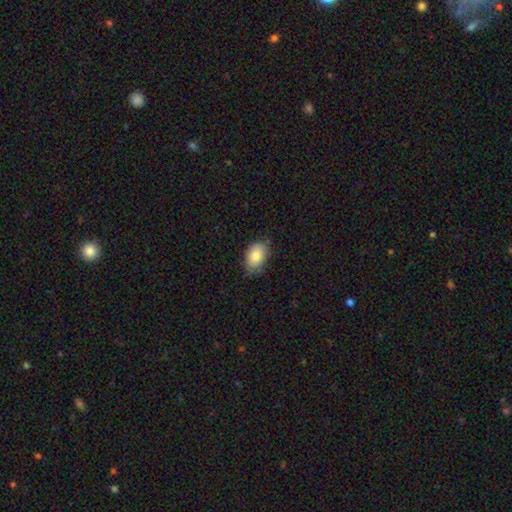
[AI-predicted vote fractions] This appears to be a smooth galaxy with no disk features (82%) that is in between round and cigar-shaped (89%). Merging: none (71%).